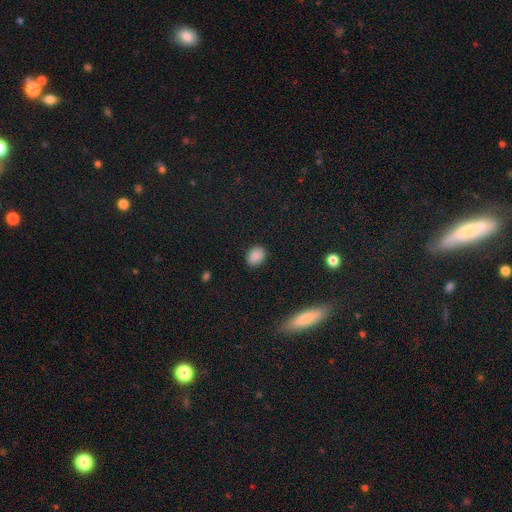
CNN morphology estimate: Q: Smooth or featured?
A: smooth (87%); runner-up: star or artifact (10%)
Q: How rounded?
A: in between (66%); runner-up: round (33%)
Q: Merging?
A: none (85%); runner-up: minor disturbance (11%)